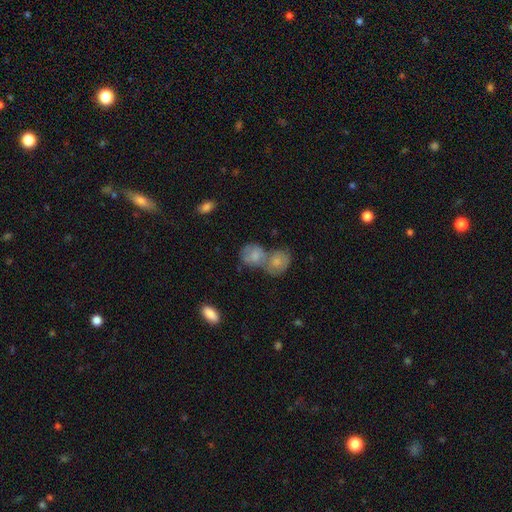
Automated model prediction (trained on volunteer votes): A smooth galaxy with no disk features (67%) that is in between round and cigar-shaped (55%). Merging: merger (64%).